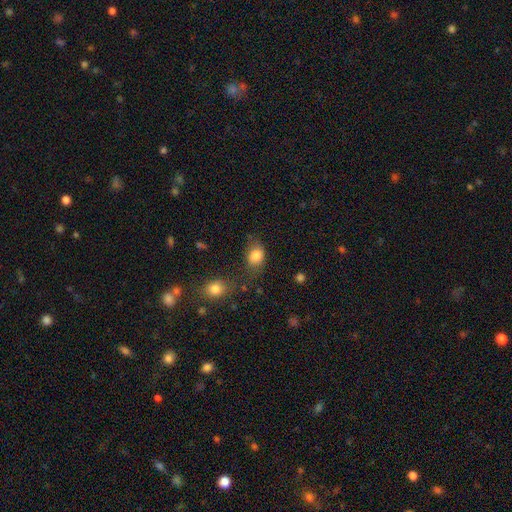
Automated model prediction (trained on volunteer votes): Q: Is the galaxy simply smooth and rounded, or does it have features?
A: smooth — 83%.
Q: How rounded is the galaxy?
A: in between — 61%.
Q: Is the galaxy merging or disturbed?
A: none — 57%.